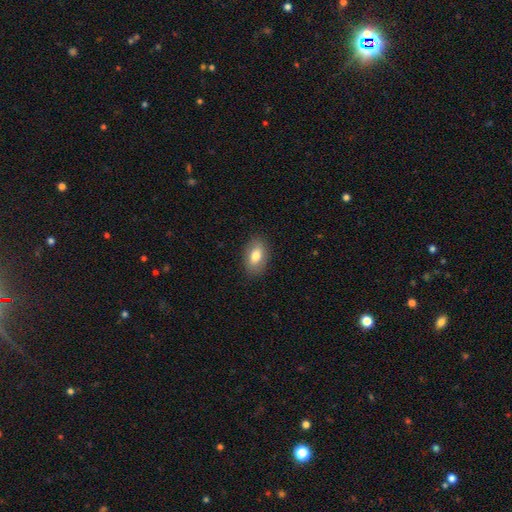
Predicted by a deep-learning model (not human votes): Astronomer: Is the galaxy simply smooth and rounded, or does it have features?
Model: smooth — 77%.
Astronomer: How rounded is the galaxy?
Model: in between — 89%.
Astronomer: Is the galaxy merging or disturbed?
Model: none — 87%.